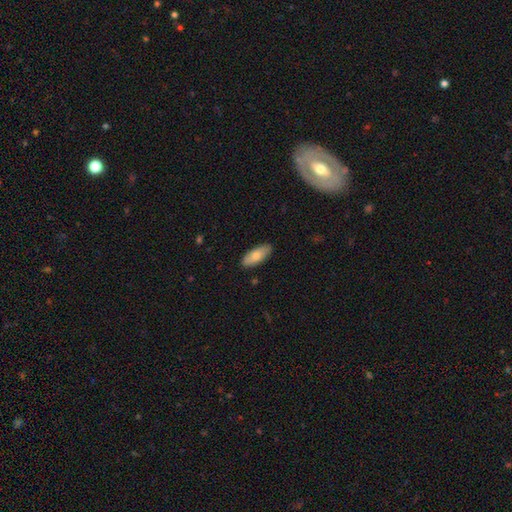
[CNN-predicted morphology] Smooth or featured? Predicted: smooth (p=0.76). How rounded? Predicted: in between (p=0.83). Merging? Predicted: none (p=0.87).